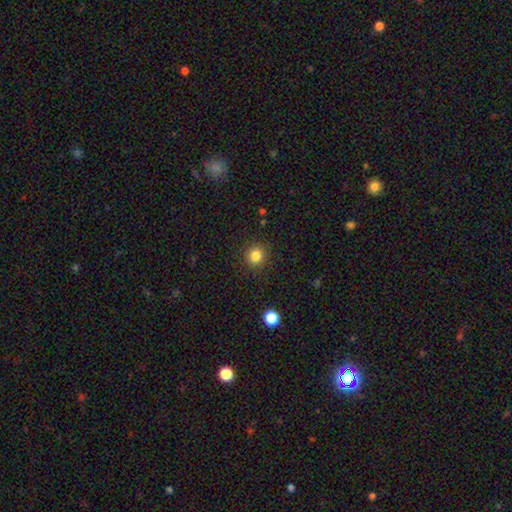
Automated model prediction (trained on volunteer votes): smooth 84%, star or artifact 11%, featured or disk 5%. Down the decision tree: how rounded — round (89%); merging — none (89%).